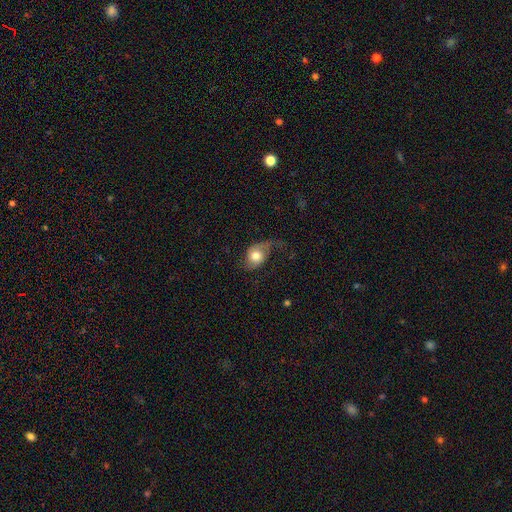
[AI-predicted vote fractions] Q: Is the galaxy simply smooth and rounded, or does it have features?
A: smooth — 55%.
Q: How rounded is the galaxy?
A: in between — 63%.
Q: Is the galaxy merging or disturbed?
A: none — 36%.